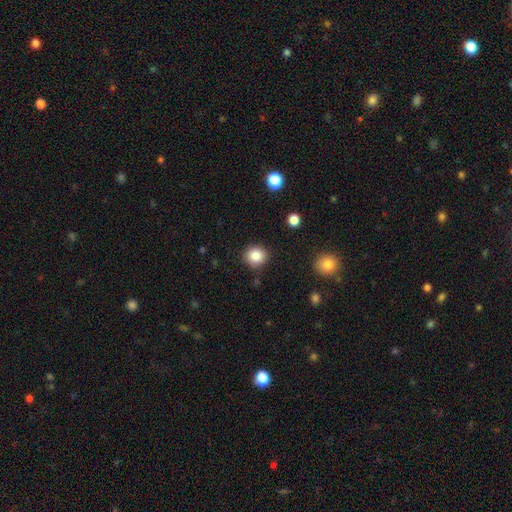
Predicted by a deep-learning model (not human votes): This is clearly a smooth galaxy (84%). How rounded: clearly round (85%). Merging: clearly none (88%).